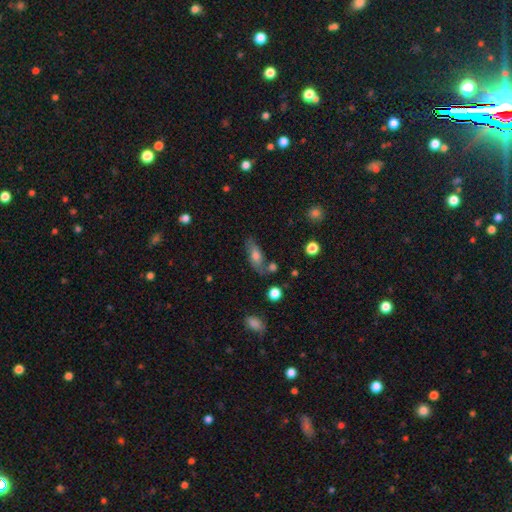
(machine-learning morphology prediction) Smooth or featured? smooth (60%)
How rounded? in between (71%)
Merging? none (65%)